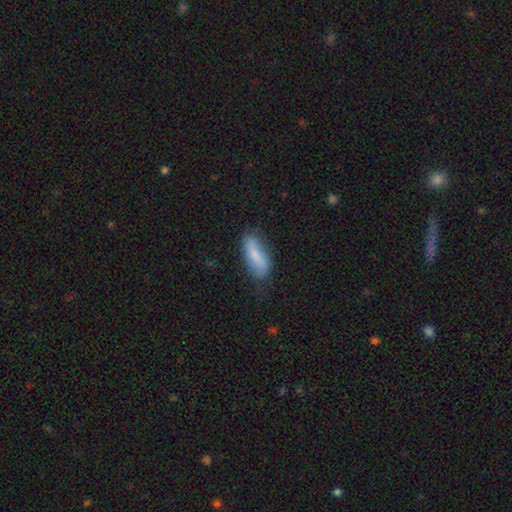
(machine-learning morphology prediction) Overall: smooth (73%). How rounded: in between (64%; cigar-shaped 33%). Merging: none (65%; minor disturbance 26%).